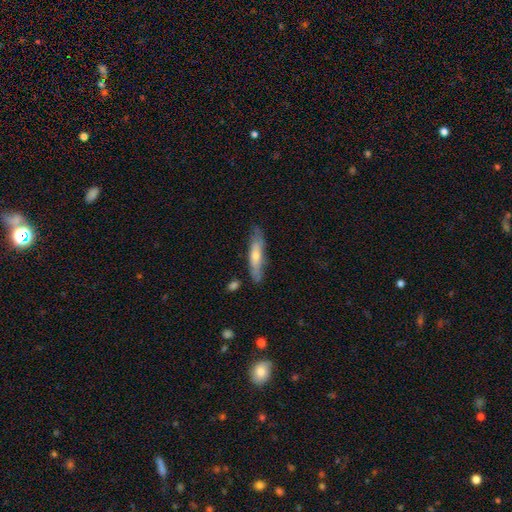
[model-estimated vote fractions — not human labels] Smooth or featured: smooth — 52% (featured or disk — 42%)
How rounded: cigar-shaped — 82% (in between — 17%)
Merging: none — 75% (minor disturbance — 19%)